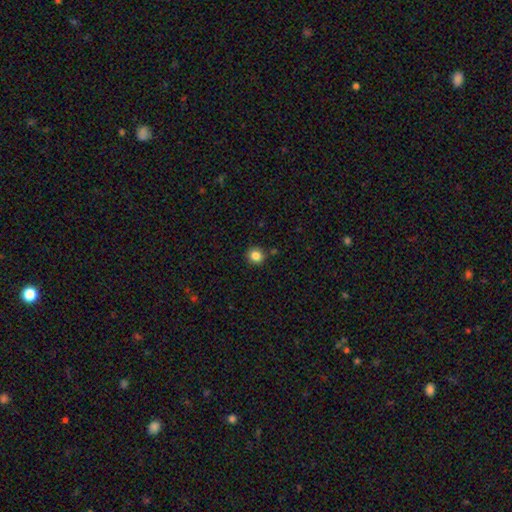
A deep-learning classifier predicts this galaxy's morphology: Smooth or featured?
  - smooth: 84% *
  - star or artifact: 11%
  - featured or disk: 5%
How rounded?
  - round: 87% *
  - in between: 12%
  - cigar-shaped: 1%
Merging?
  - none: 87% *
  - minor disturbance: 8%
  - merger: 3%
  - major disturbance: 2%